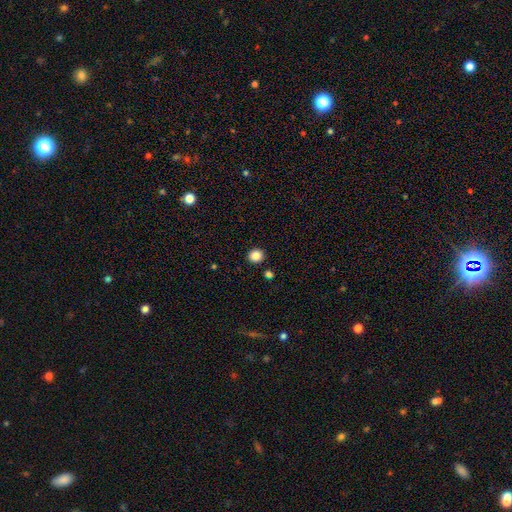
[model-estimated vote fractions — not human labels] Q: Smooth or featured?
A: smooth (85%); runner-up: star or artifact (11%)
Q: How rounded?
A: round (89%); runner-up: in between (10%)
Q: Merging?
A: none (91%); runner-up: minor disturbance (5%)